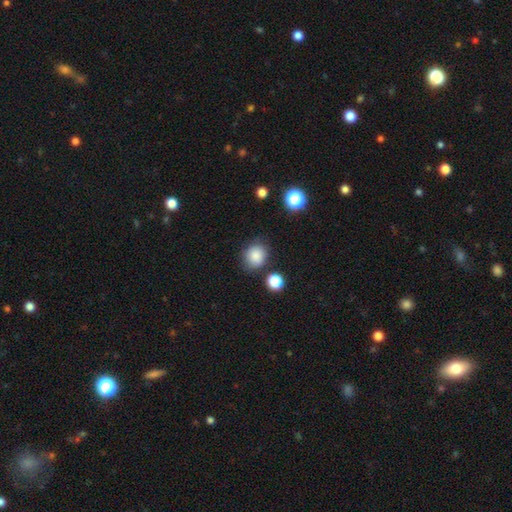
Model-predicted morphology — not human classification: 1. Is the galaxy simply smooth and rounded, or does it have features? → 85% smooth, 10% star or artifact, 5% featured or disk.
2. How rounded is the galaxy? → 71% round, 28% in between, 1% cigar-shaped.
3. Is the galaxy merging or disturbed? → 76% none, 16% minor disturbance, 5% merger, 4% major disturbance.